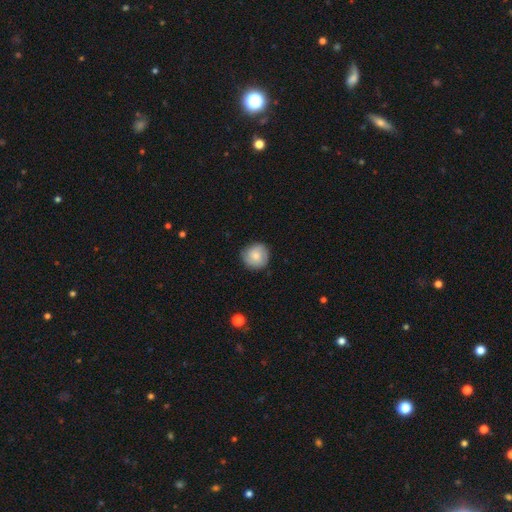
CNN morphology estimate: The model was most divided on "smooth or featured": smooth: 75%, featured or disk: 18%, star or artifact: 7%. More confident: how rounded — round (93%); merging — none (83%).